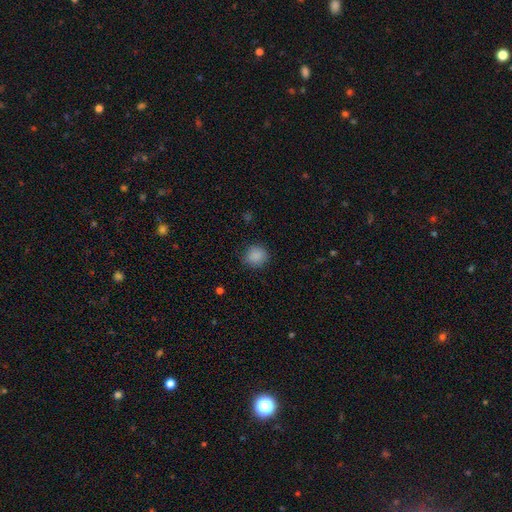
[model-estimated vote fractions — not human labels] This is clearly a smooth galaxy (87%). How rounded: clearly round (85%). Merging: clearly none (84%).